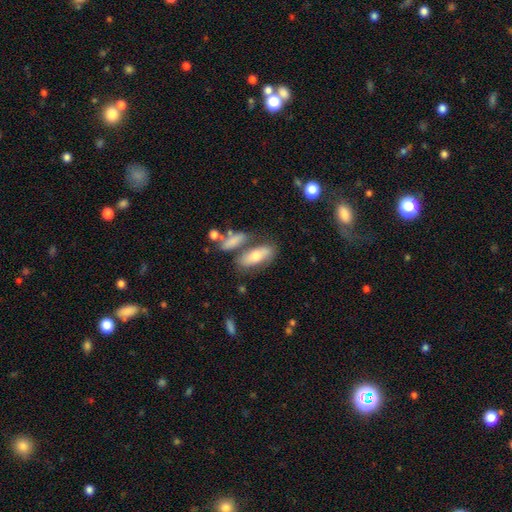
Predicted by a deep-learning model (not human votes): This is likely a smooth galaxy (64%). How rounded: likely in between (70%). Merging: possibly none (58%).